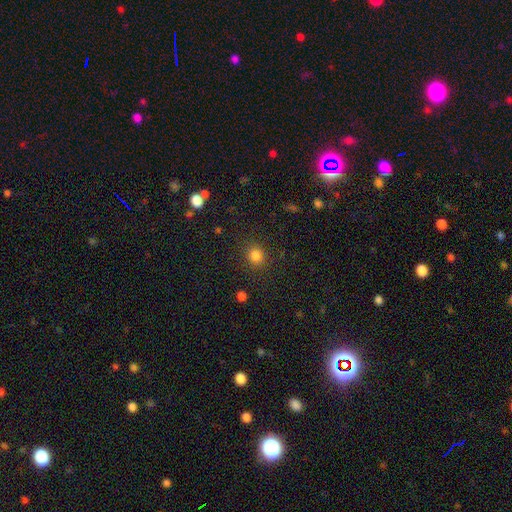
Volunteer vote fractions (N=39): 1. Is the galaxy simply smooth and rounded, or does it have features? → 90% smooth, 5% featured or disk, 5% star or artifact.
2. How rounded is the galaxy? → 74% round, 26% in between, 0% cigar-shaped.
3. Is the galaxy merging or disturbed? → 78% none, 19% minor disturbance, 3% major disturbance, 0% merger.